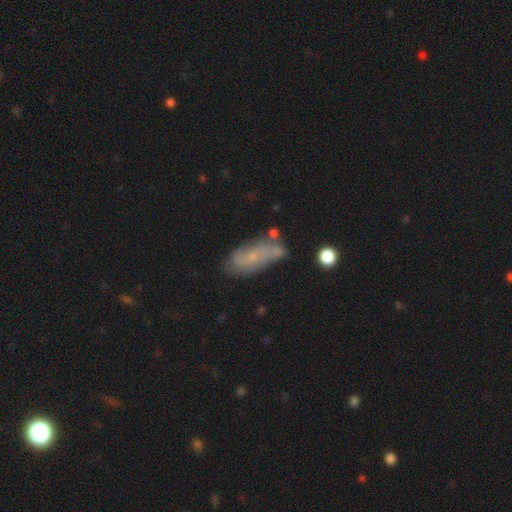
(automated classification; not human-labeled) Morphology: type=featured or disk (49%); merging=none (54%).